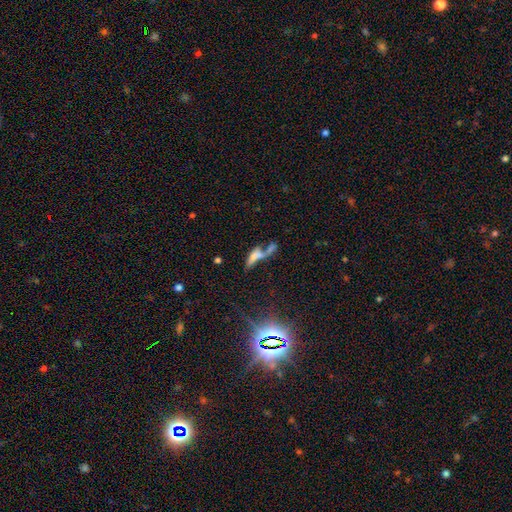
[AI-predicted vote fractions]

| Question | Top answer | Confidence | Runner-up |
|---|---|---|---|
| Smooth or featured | smooth | 48% | featured or disk (35%) |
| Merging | merger | 54% | none (20%) |